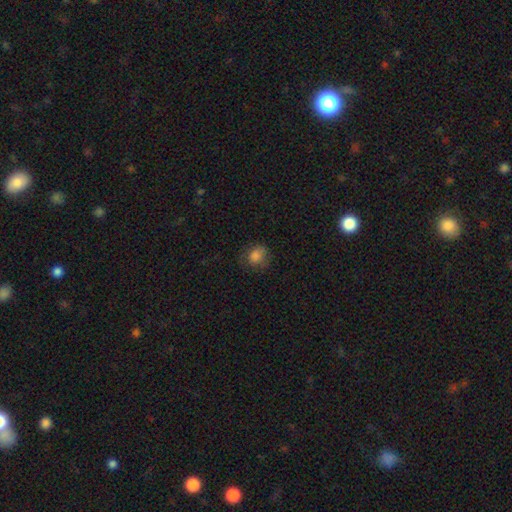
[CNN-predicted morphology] Q: Smooth or featured?
A: smooth (80%); runner-up: star or artifact (12%)
Q: How rounded?
A: round (69%); runner-up: in between (30%)
Q: Merging?
A: none (68%); runner-up: minor disturbance (21%)